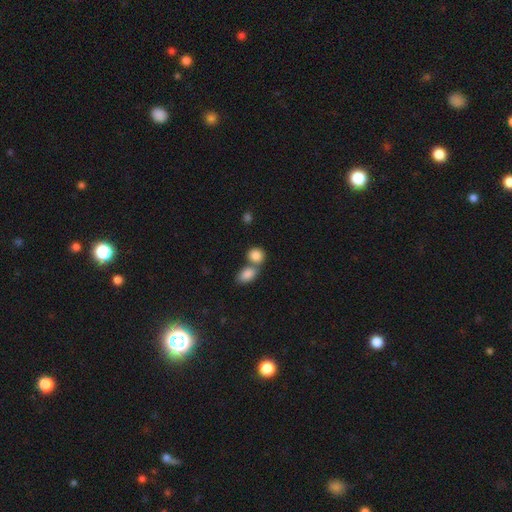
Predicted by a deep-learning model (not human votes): A smooth galaxy with no disk features (86%) that is round (53%). Merging: merger (51%).